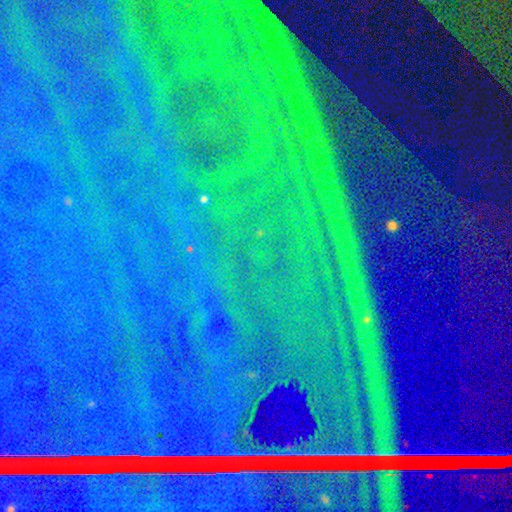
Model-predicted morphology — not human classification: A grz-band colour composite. It shows a star or artifact, not a galaxy (88%).